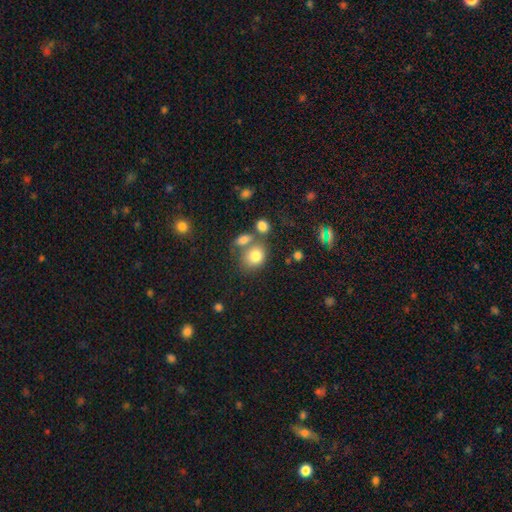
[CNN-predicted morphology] The model was most divided on "how rounded": round: 52%, in between: 47%, cigar-shaped: 1%. More confident: smooth or featured — smooth (79%); merging — none (52%).